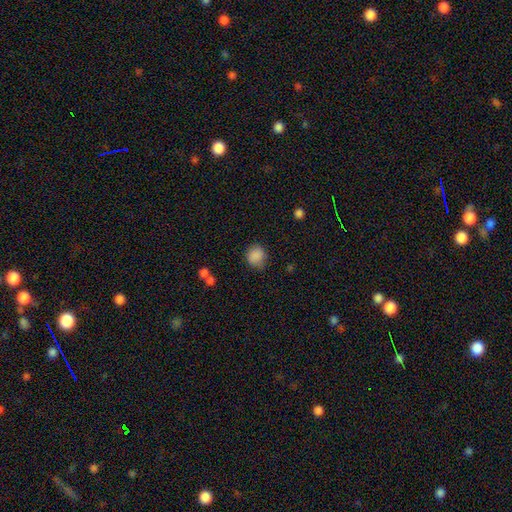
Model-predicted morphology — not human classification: smooth 87%, star or artifact 9%, featured or disk 4%. Down the decision tree: how rounded — round (79%); merging — none (79%).